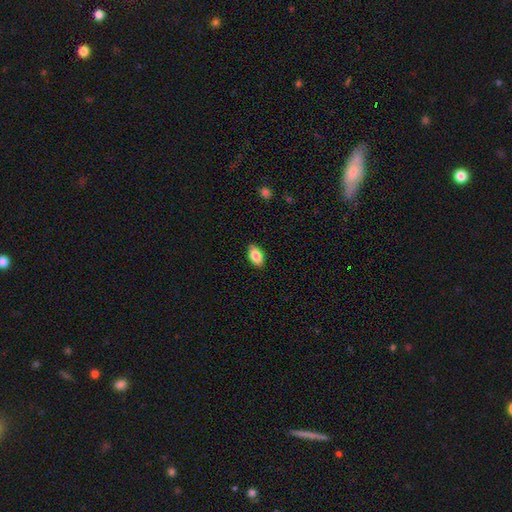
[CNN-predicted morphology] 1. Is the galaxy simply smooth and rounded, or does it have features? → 84% smooth, 9% featured or disk, 7% star or artifact.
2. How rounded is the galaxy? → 93% in between, 5% round, 3% cigar-shaped.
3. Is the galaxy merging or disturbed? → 89% none, 8% minor disturbance, 2% major disturbance, 1% merger.